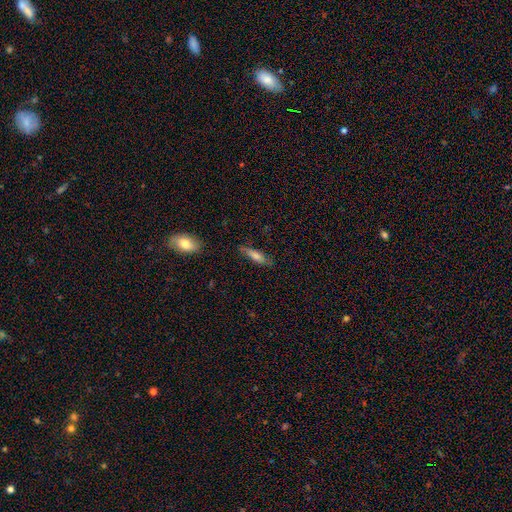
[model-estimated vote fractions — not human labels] The model was most divided on "how rounded": cigar-shaped: 66%, in between: 32%, round: 2%. More confident: merging — none (80%); smooth or featured — smooth (68%).